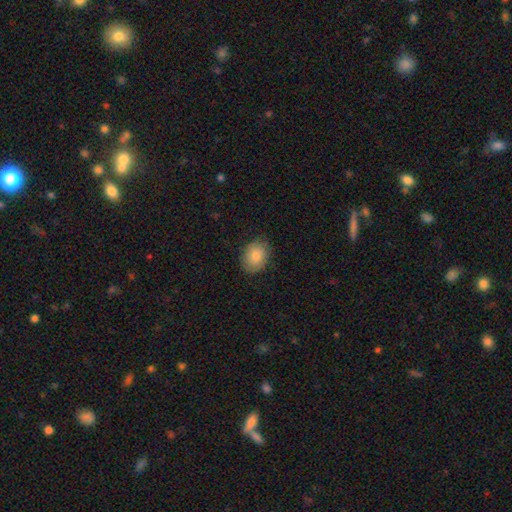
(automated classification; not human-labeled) Morphology: type=smooth (84%); roundness=in between (64%); merging=none (84%).